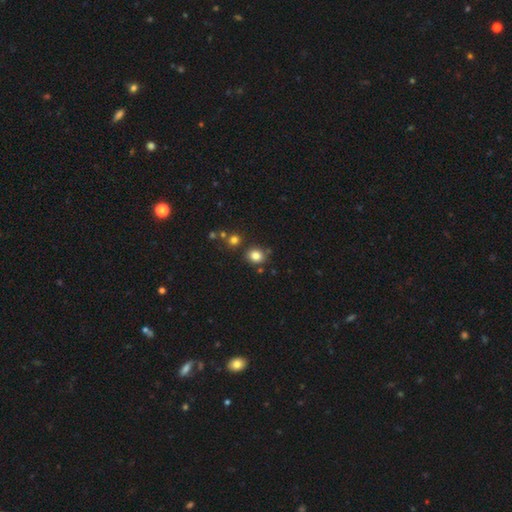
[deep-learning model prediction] This appears to be a smooth galaxy with no disk features (82%) that is round (72%). Merging: none (79%).